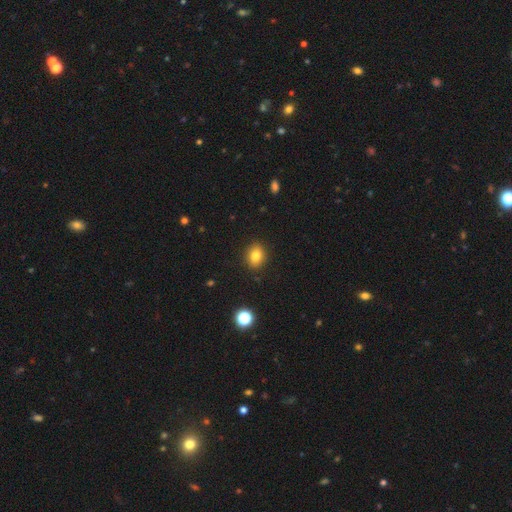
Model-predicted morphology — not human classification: smooth_or_featured: smooth (p=0.81) [alt: star or artifact p=0.11]
how_rounded: in between (p=0.51) [alt: round p=0.47]
merging: none (p=0.89) [alt: minor disturbance p=0.08]